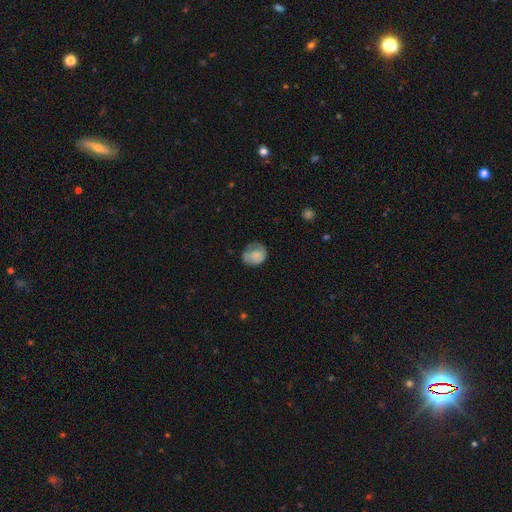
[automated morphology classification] Overall: smooth (71%). How rounded: round (63%; in between 36%). Merging: none (48%; minor disturbance 33%).